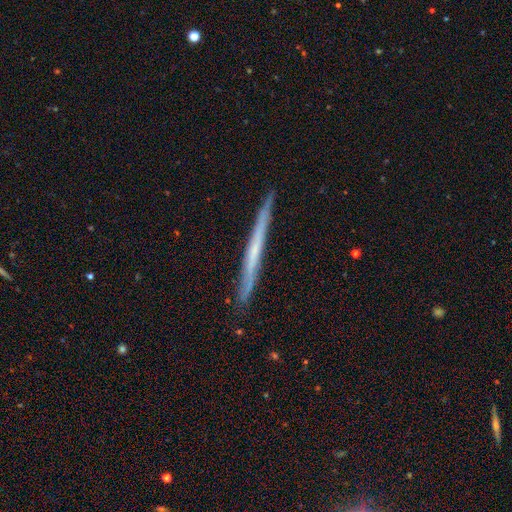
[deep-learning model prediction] Overall: featured or disk (57%; smooth 37%). Edge-on disk: yes (97%). Edge-on bulge: none (84%). Merging: none (91%).